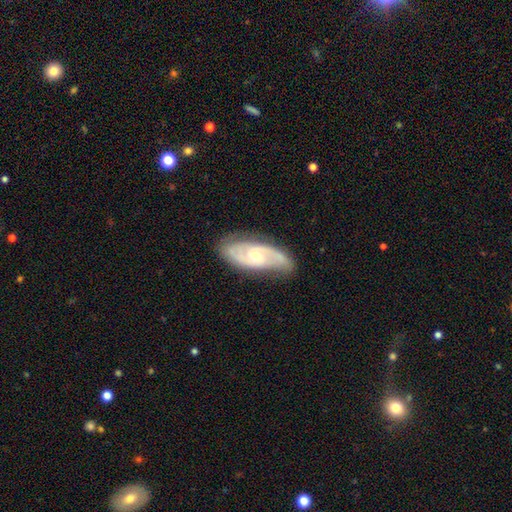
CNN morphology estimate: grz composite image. It shows a featured or disk galaxy (81%) with no bar (59%), 2 (74%) medium (47%) spiral arms (93%) and a small central bulge (53%). Merging: none (76%).